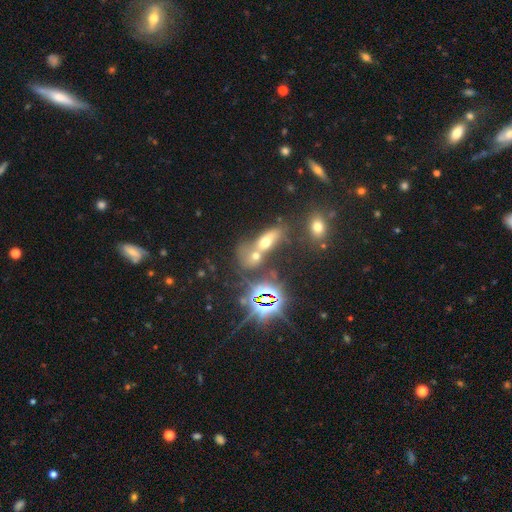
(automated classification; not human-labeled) smooth_or_featured: smooth (p=0.48) [alt: star or artifact p=0.34]
merging: merger (p=0.57) [alt: none p=0.30]